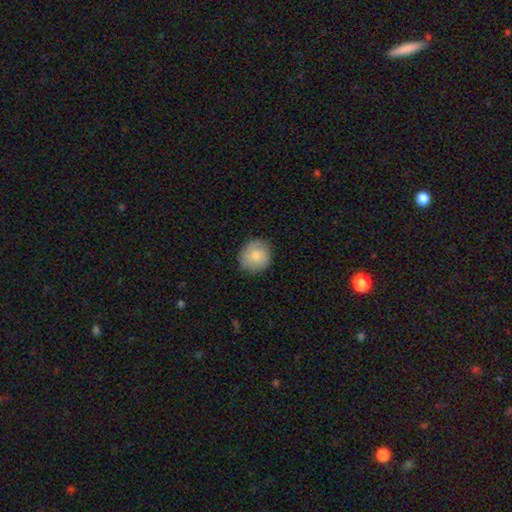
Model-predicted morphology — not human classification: A smooth galaxy with no disk features (81%) that is round (86%). Merging: none (84%).